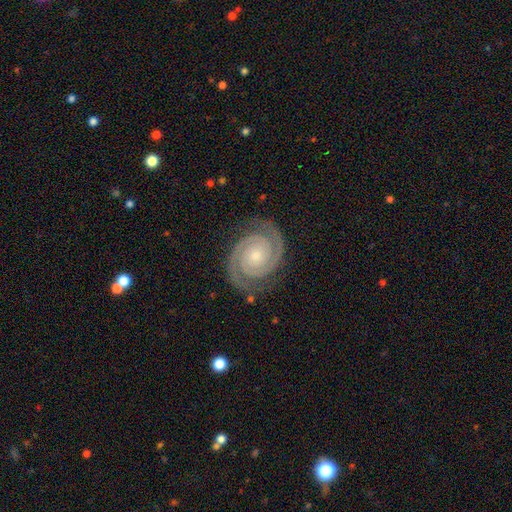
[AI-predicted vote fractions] Q: Smooth or featured?
A: featured or disk (93%); runner-up: star or artifact (4%)
Q: Edge-on disk?
A: no (98%); runner-up: yes (2%)
Q: Bar?
A: no (76%); runner-up: weak (17%)
Q: Spiral arms?
A: yes (99%); runner-up: no (1%)
Q: Spiral winding?
A: tight (79%); runner-up: medium (18%)
Q: Spiral arm count?
A: 2 (94%); runner-up: 3 (2%)
Q: Bulge size?
A: small (61%); runner-up: moderate (34%)
Q: Merging?
A: none (85%); runner-up: minor disturbance (11%)